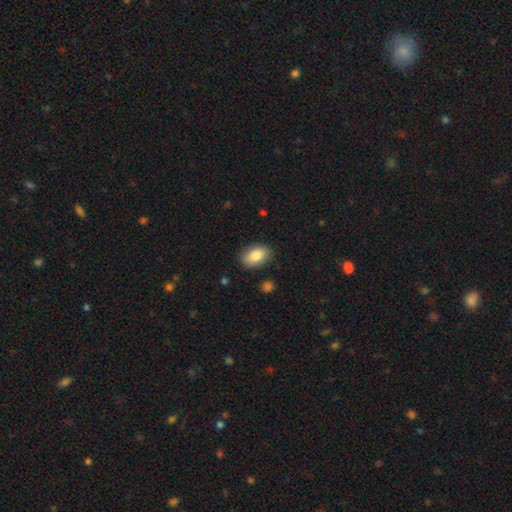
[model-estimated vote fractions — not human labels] Overall: smooth (84%). How rounded: in between (87%). Merging: none (86%).